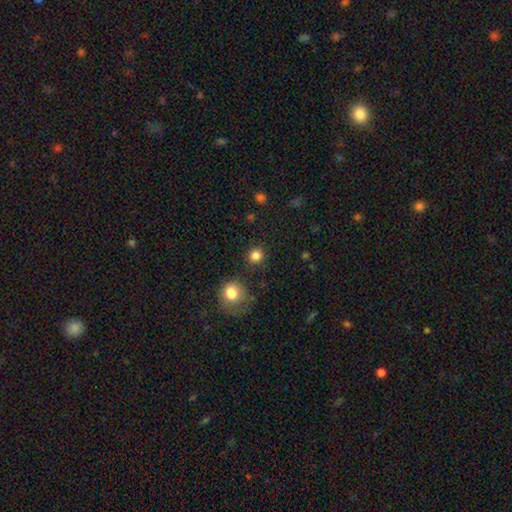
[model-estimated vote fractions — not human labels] This appears to be a smooth galaxy with no disk features (84%) that is round (87%). Merging: none (87%).